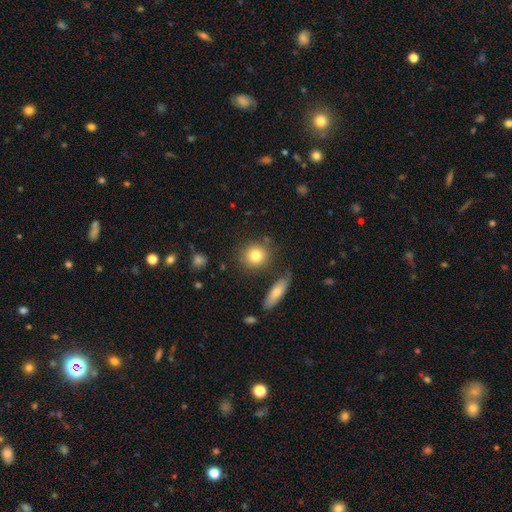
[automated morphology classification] type=smooth (81%); roundness=round (85%); merging=none (79%).